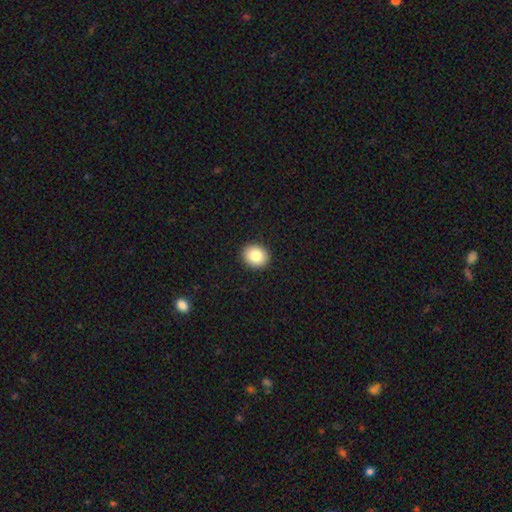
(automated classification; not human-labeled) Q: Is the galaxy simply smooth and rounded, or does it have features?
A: smooth — 84%.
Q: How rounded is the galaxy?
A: round — 65%.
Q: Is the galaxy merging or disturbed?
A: none — 92%.